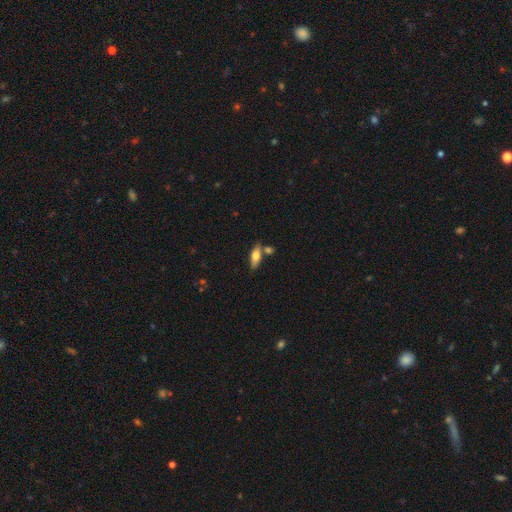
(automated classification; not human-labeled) This is likely a smooth galaxy (68%). How rounded: likely in between (67%). Merging: likely none (70%).